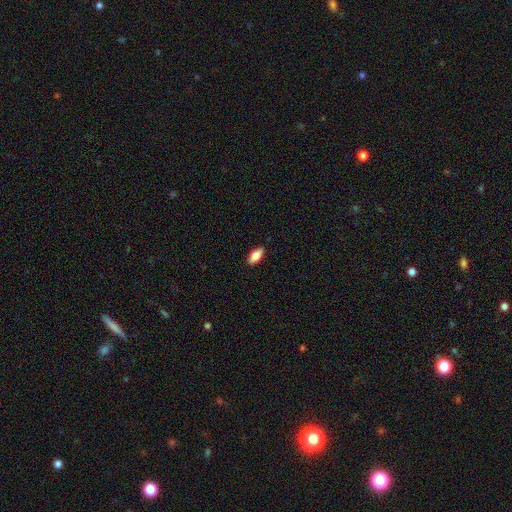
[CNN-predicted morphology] This is clearly a smooth galaxy (81%). How rounded: clearly in between (86%). Merging: clearly none (89%).